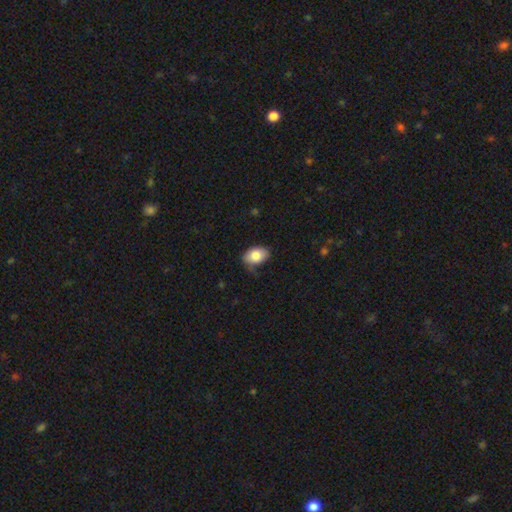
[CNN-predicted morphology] smooth_or_featured: smooth (p=0.83) [alt: featured or disk p=0.10]
how_rounded: in between (p=0.85) [alt: round p=0.14]
merging: none (p=0.64) [alt: minor disturbance p=0.28]